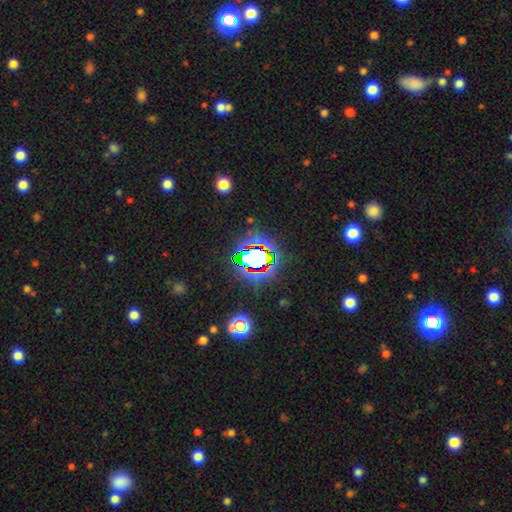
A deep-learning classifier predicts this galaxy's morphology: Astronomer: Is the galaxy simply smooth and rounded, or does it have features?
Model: star or artifact — 70%.